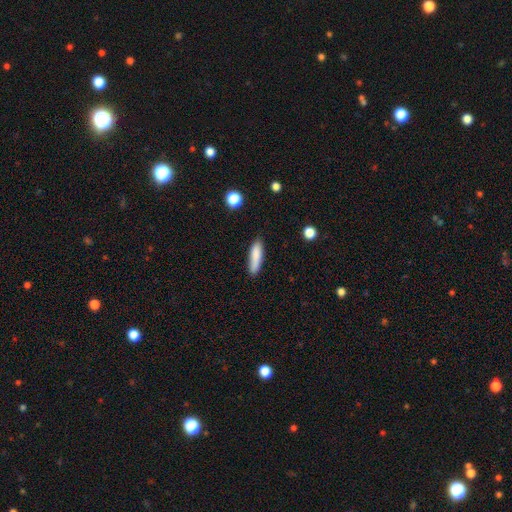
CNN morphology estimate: A smooth galaxy with no disk features (84%) that is cigar-shaped (70%).

Vote fractions:
- Smooth or featured? smooth: 84% / featured or disk: 9% / star or artifact: 7%
- How rounded? cigar-shaped: 70% / in between: 29% / round: 2%
- Merging? none: 78% / minor disturbance: 17% / major disturbance: 3% / merger: 2%